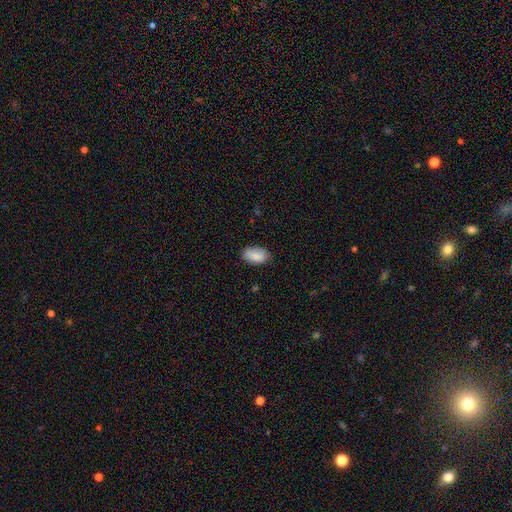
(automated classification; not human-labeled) smooth-or-featured: smooth: 86% | featured or disk: 7% | star or artifact: 7%
  how-rounded: in between: 94% | round: 4% | cigar-shaped: 2%
  merging: none: 72% | minor disturbance: 23% | major disturbance: 4% | merger: 1%